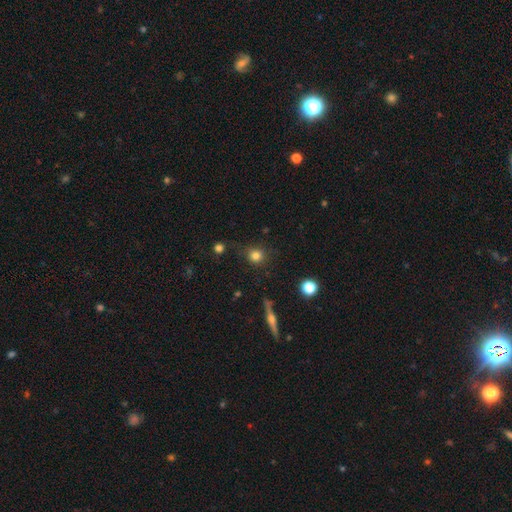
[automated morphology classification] smooth-or-featured: smooth: 81% | star or artifact: 12% | featured or disk: 7%
  how-rounded: round: 88% | in between: 11% | cigar-shaped: 2%
  merging: none: 77% | minor disturbance: 13% | major disturbance: 5% | merger: 4%